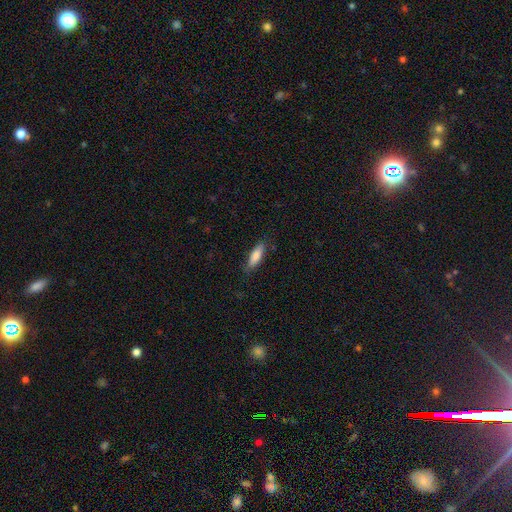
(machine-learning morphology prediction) A smooth galaxy with no disk features (82%) that is cigar-shaped (51%).

Vote fractions:
- Smooth or featured? smooth: 82% / featured or disk: 12% / star or artifact: 6%
- How rounded? cigar-shaped: 51% / in between: 48% / round: 2%
- Merging? none: 81% / minor disturbance: 15% / major disturbance: 3% / merger: 1%